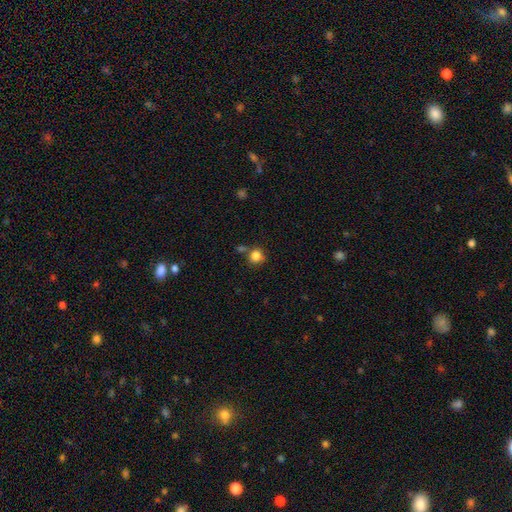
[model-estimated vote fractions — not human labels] This appears to be a smooth galaxy with no disk features (83%) that is round (86%). Merging: none (67%).